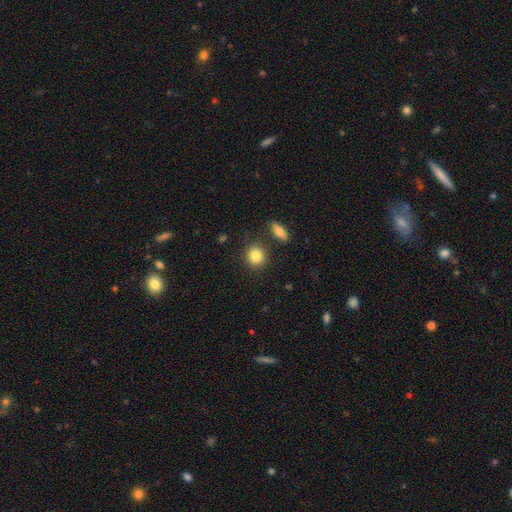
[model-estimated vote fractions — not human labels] smooth 84%, star or artifact 9%, featured or disk 7%. Down the decision tree: how rounded — round (83%); merging — none (82%).